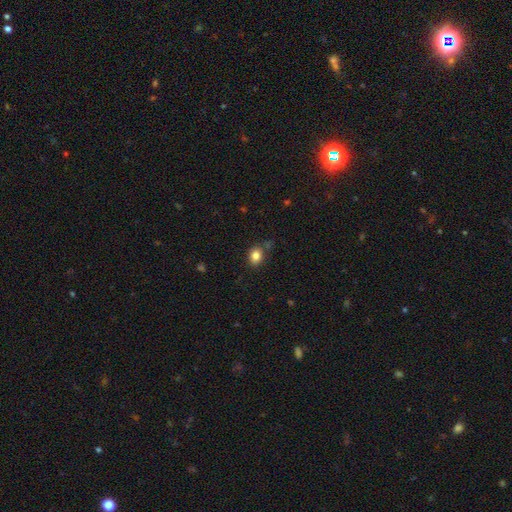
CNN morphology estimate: Q: Smooth or featured?
A: smooth (84%); runner-up: star or artifact (10%)
Q: How rounded?
A: in between (53%); runner-up: round (46%)
Q: Merging?
A: none (77%); runner-up: minor disturbance (14%)